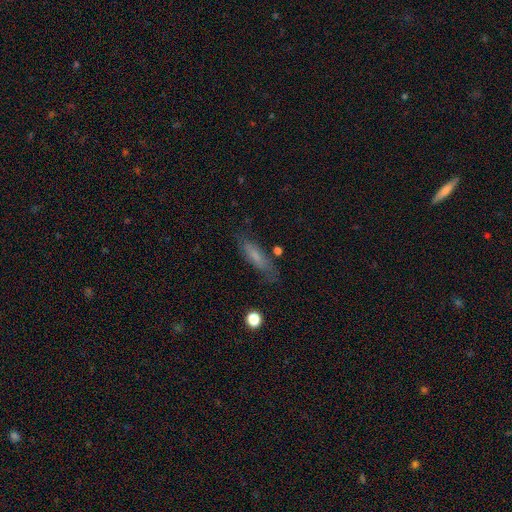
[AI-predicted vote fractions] smooth_or_featured: smooth (p=0.65) [alt: featured or disk p=0.26]
how_rounded: cigar-shaped (p=0.67) [alt: in between p=0.31]
merging: none (p=0.73) [alt: minor disturbance p=0.18]